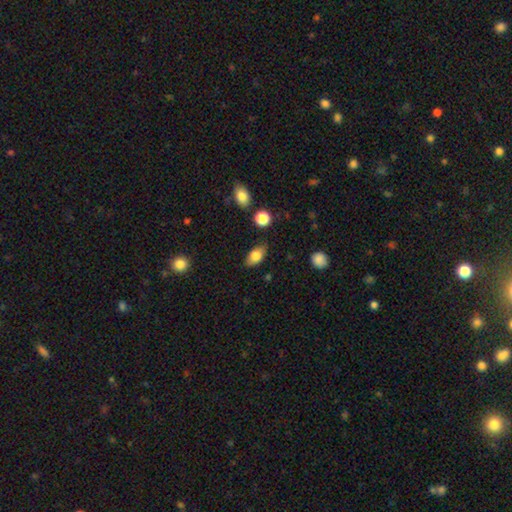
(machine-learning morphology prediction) smooth 80%, featured or disk 13%, star or artifact 8%. Down the decision tree: how rounded — in between (88%); merging — none (80%).